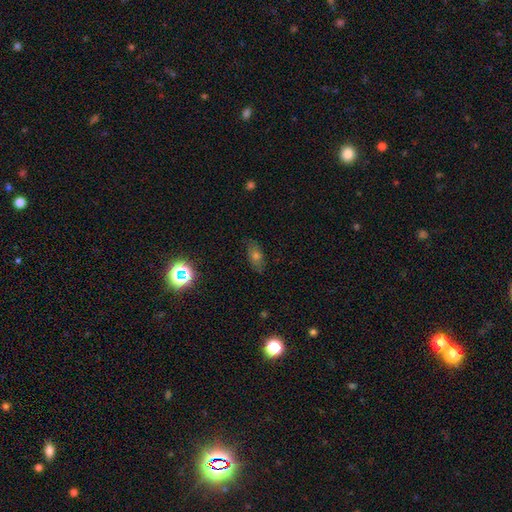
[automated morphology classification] Smooth or featured?
  - smooth: 50% *
  - star or artifact: 27%
  - featured or disk: 23%
Merging?
  - none: 80% *
  - minor disturbance: 14%
  - major disturbance: 4%
  - merger: 1%